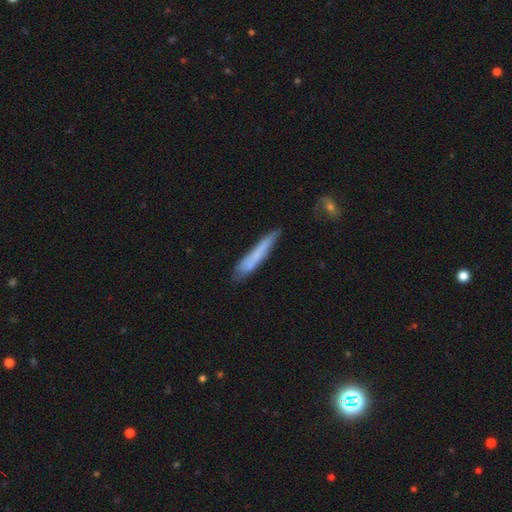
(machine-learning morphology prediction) Smooth or featured?
  - smooth: 63% *
  - featured or disk: 30%
  - star or artifact: 7%
How rounded?
  - cigar-shaped: 93% *
  - in between: 5%
  - round: 1%
Merging?
  - none: 69% *
  - minor disturbance: 23%
  - major disturbance: 5%
  - merger: 3%